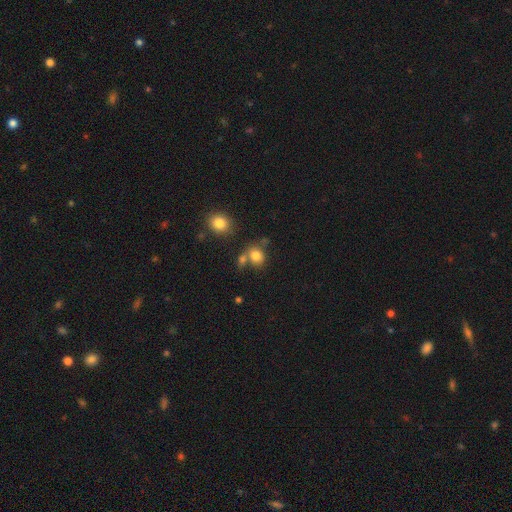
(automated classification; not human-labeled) This is clearly a smooth galaxy (80%). How rounded: likely round (65%). Merging: possibly none (57%).